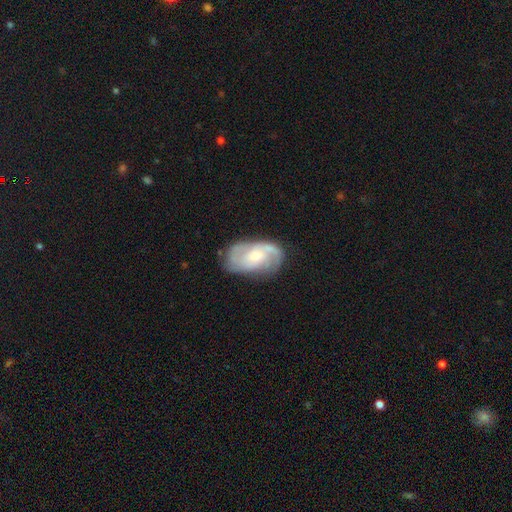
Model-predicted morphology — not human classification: A featured or disk galaxy (74%) with no bar (61%), 2 (59%) medium (46%) spiral arms (92%) and a moderate central bulge (41%).

Vote fractions:
- Smooth or featured? featured or disk: 74% / smooth: 19% / star or artifact: 6%
- Edge-on disk? no: 97% / yes: 3%
- Bar? no: 61% / weak: 33% / strong: 6%
- Spiral arms? yes: 92% / no: 8%
- Spiral winding? medium: 46% / tight: 34% / loose: 20%
- Spiral arm count? 2: 59% / can't tell: 18% / 3: 11% / 1: 7% / 4: 3% / more than 4: 2%
- Bulge size? moderate: 41% / small: 30% / large: 16% / none: 11% / dominant: 2%
- Merging? none: 67% / minor disturbance: 21% / major disturbance: 10% / merger: 2%